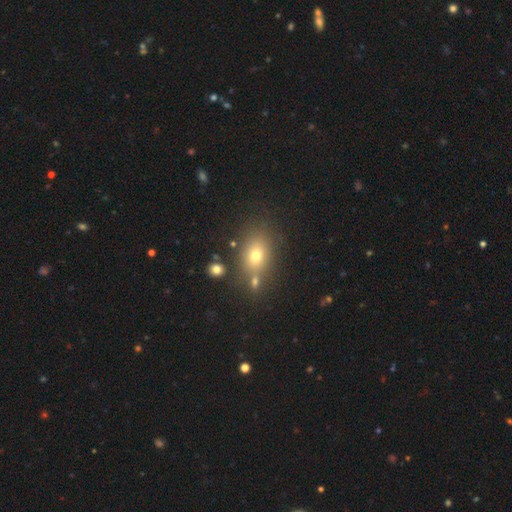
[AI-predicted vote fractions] Smooth or featured? smooth (69%)
How rounded? in between (65%)
Merging? none (66%)